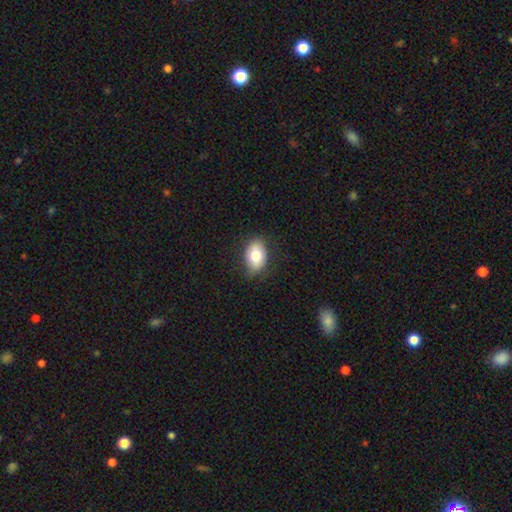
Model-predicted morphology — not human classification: Smooth or featured?
  - smooth: 78% *
  - featured or disk: 15%
  - star or artifact: 8%
How rounded?
  - in between: 84% *
  - round: 15%
  - cigar-shaped: 1%
Merging?
  - none: 80% *
  - minor disturbance: 16%
  - major disturbance: 4%
  - merger: 1%